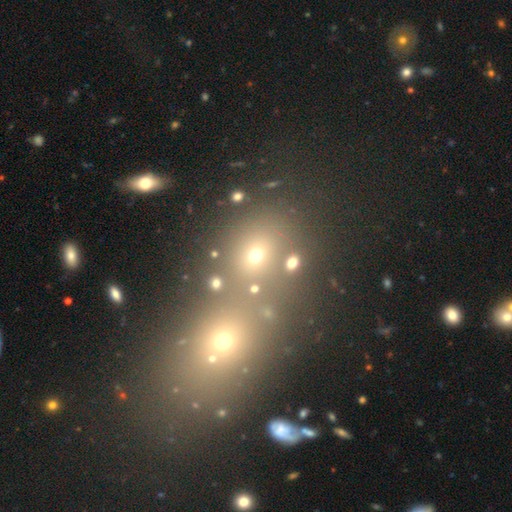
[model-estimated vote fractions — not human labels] A smooth galaxy with no disk features (62%) that is round (62%).

Vote fractions:
- Smooth or featured? smooth: 62% / star or artifact: 26% / featured or disk: 13%
- How rounded? round: 62% / in between: 35% / cigar-shaped: 2%
- Merging? none: 61% / merger: 23% / minor disturbance: 11% / major disturbance: 6%